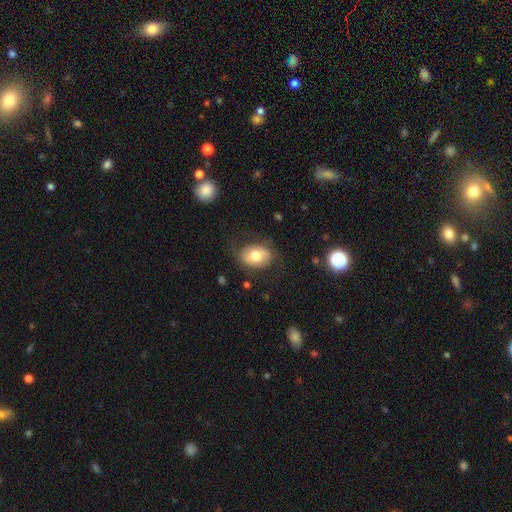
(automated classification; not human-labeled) smooth_or_featured: smooth (p=0.63) [alt: featured or disk p=0.30]
how_rounded: in between (p=0.71) [alt: round p=0.28]
merging: none (p=0.67) [alt: minor disturbance p=0.21]